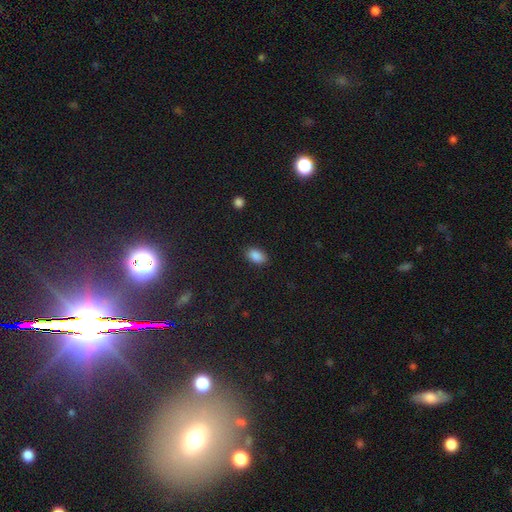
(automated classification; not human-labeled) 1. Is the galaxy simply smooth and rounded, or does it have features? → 88% smooth, 8% star or artifact, 3% featured or disk.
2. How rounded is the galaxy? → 90% in between, 8% round, 2% cigar-shaped.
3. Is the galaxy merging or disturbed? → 87% none, 10% minor disturbance, 3% major disturbance, 1% merger.